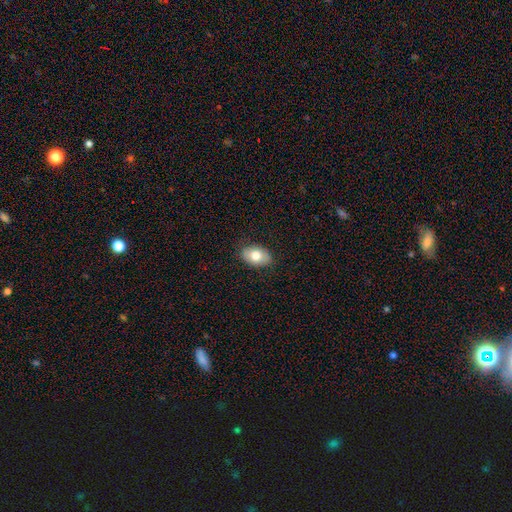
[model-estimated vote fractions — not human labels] Smooth or featured? smooth (77%)
How rounded? in between (87%)
Merging? none (85%)